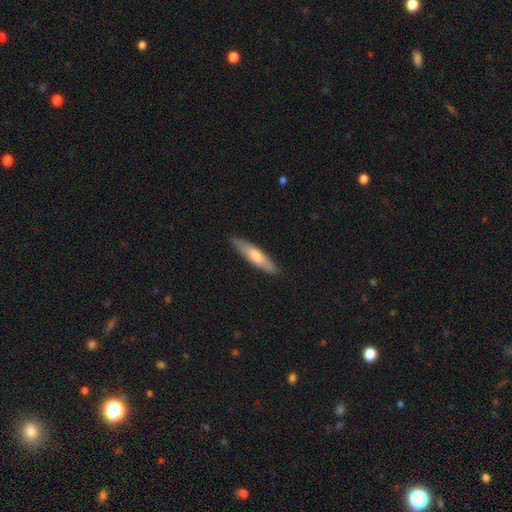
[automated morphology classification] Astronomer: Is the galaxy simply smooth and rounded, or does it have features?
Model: smooth — 57% (runner-up: featured or disk, 37%).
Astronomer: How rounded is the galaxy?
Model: cigar-shaped — 83%.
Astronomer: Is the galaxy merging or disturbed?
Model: none — 88%.